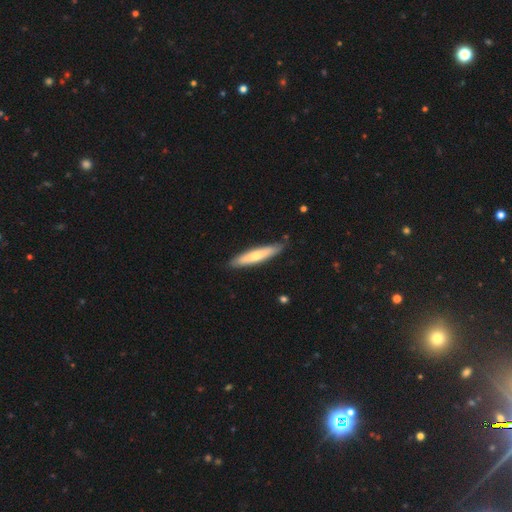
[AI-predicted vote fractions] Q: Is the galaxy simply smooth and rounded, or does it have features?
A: smooth — 58%.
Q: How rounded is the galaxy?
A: cigar-shaped — 86%.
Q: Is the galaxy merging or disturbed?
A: none — 85%.